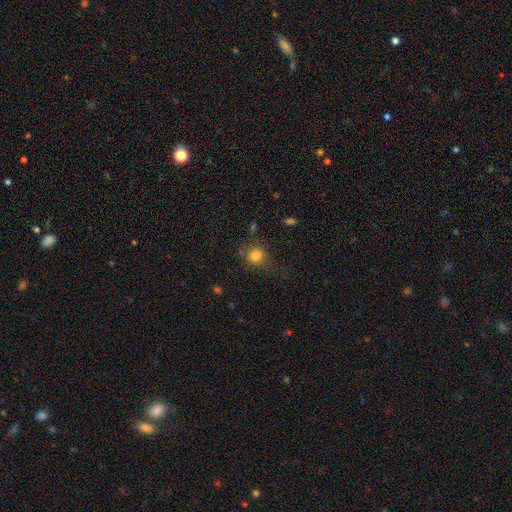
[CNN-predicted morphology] smooth-or-featured: smooth: 81% | star or artifact: 12% | featured or disk: 7%
  how-rounded: round: 89% | in between: 10% | cigar-shaped: 1%
  merging: none: 74% | minor disturbance: 14% | major disturbance: 6% | merger: 5%